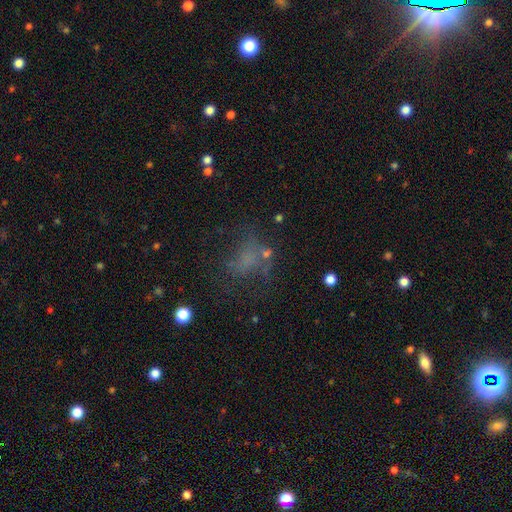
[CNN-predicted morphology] Smooth or featured?
  - smooth: 43% *
  - featured or disk: 30%
  - star or artifact: 27%
Merging?
  - none: 44% *
  - major disturbance: 31%
  - minor disturbance: 20%
  - merger: 6%